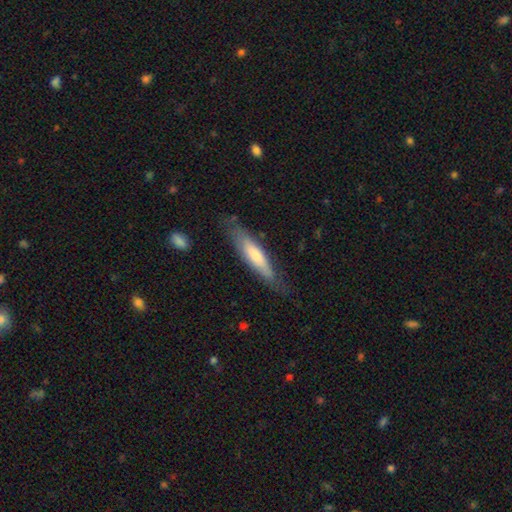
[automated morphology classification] smooth_or_featured: smooth (p=0.64) [alt: featured or disk p=0.31]
how_rounded: cigar-shaped (p=0.75) [alt: in between p=0.24]
merging: none (p=0.72) [alt: minor disturbance p=0.20]